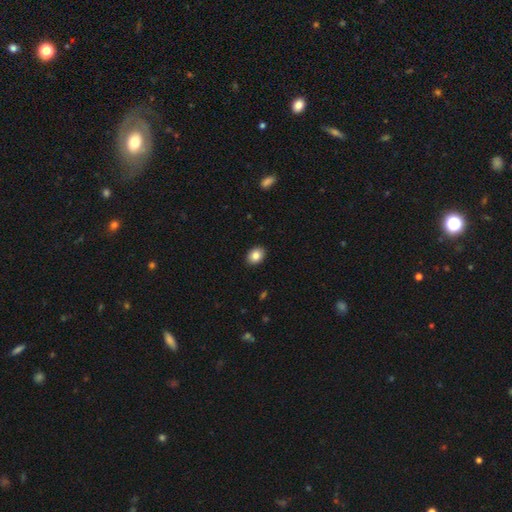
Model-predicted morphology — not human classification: Smooth or featured? smooth (86%)
How rounded? in between (73%)
Merging? none (91%)